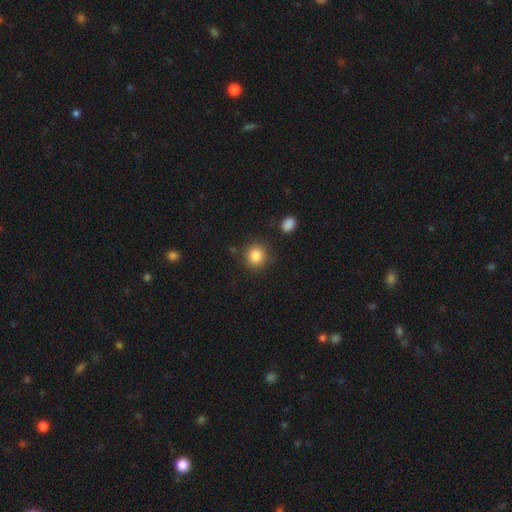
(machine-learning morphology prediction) This is clearly a smooth galaxy (86%). How rounded: clearly round (90%). Merging: clearly none (84%).